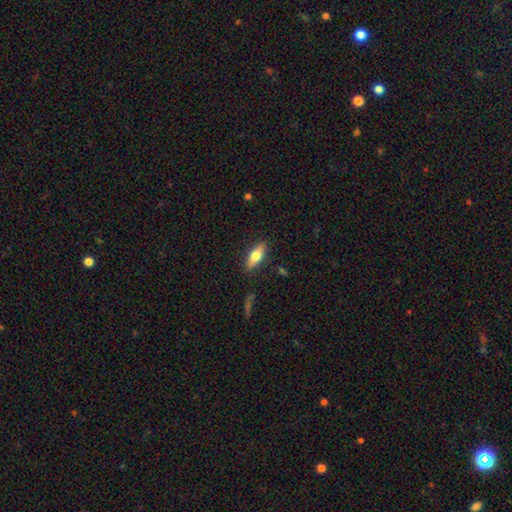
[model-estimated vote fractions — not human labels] Q: Smooth or featured?
A: smooth (62%); runner-up: featured or disk (31%)
Q: How rounded?
A: in between (66%); runner-up: cigar-shaped (31%)
Q: Merging?
A: none (86%); runner-up: minor disturbance (10%)